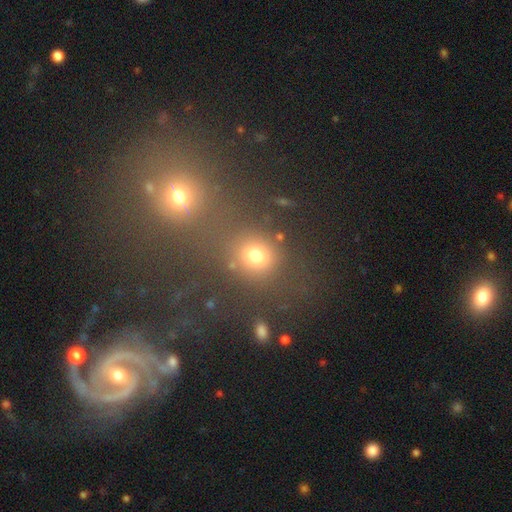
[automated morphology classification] This is likely a smooth galaxy (72%). How rounded: likely round (76%). Merging: likely none (68%).